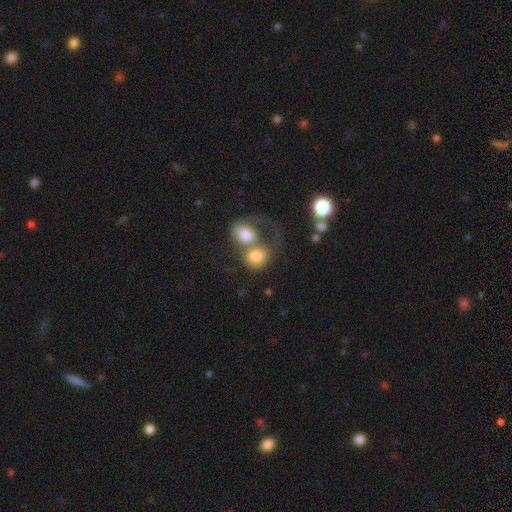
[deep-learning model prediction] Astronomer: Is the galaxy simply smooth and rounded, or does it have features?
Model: smooth — 73%.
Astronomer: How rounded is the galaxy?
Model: round — 67%.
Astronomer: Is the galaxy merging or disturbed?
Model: merger — 68%.